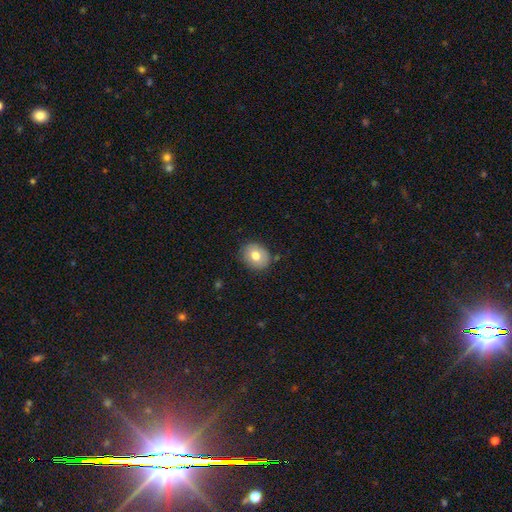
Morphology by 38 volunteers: Q: Smooth or featured?
A: smooth (82%); runner-up: featured or disk (13%)
Q: How rounded?
A: round (68%); runner-up: in between (29%)
Q: Merging?
A: none (86%); runner-up: minor disturbance (14%)